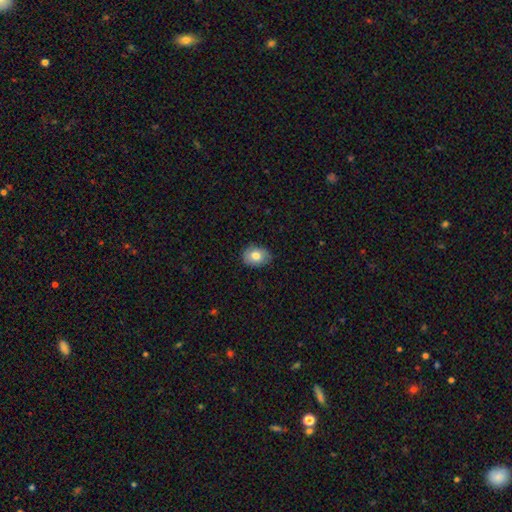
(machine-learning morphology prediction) Overall: smooth (79%). How rounded: in between (61%; round 38%). Merging: none (80%).